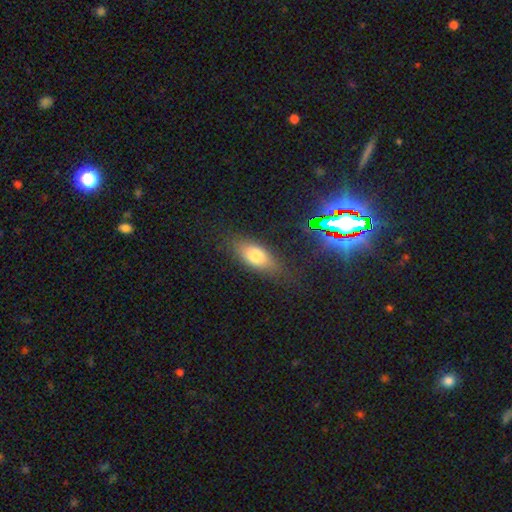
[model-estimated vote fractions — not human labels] Morphology: type=smooth (72%); roundness=in between (82%); merging=none (77%).